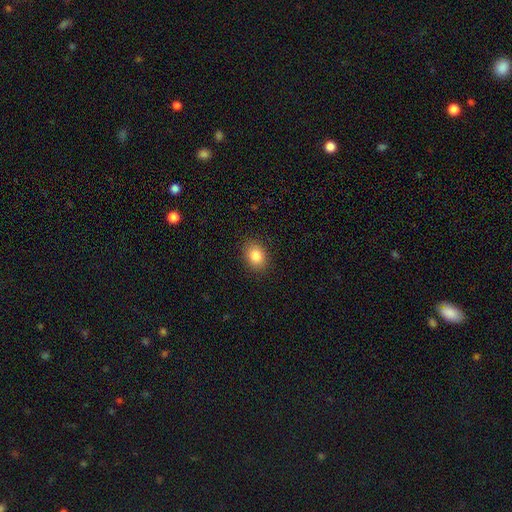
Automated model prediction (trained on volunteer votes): Overall: smooth (85%). How rounded: in between (58%; round 41%). Merging: none (88%).